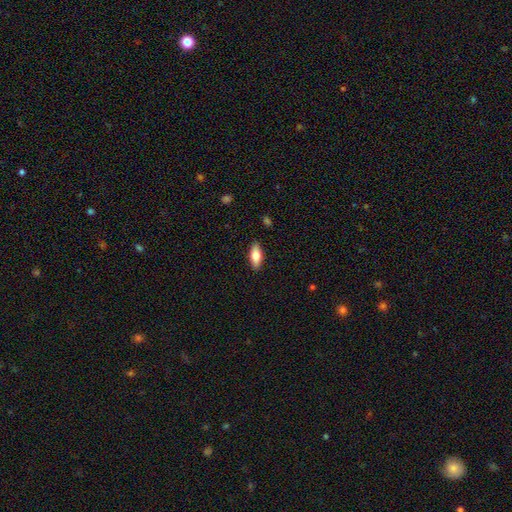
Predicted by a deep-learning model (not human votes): smooth_or_featured: smooth (p=0.73) [alt: featured or disk p=0.20]
how_rounded: in between (p=0.75) [alt: cigar-shaped p=0.22]
merging: none (p=0.88) [alt: minor disturbance p=0.09]